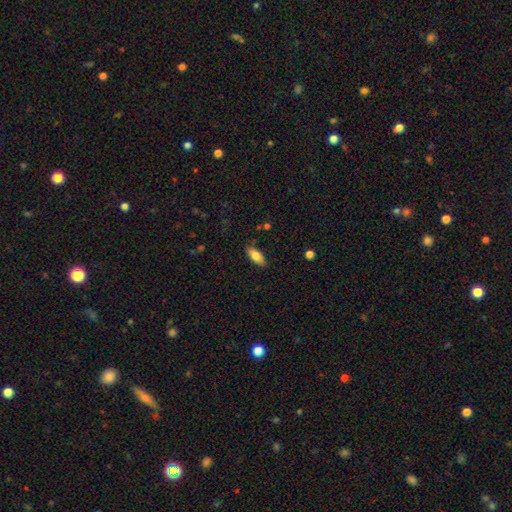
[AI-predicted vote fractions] Q: Smooth or featured?
A: smooth (77%); runner-up: featured or disk (17%)
Q: How rounded?
A: in between (78%); runner-up: cigar-shaped (20%)
Q: Merging?
A: none (85%); runner-up: minor disturbance (11%)